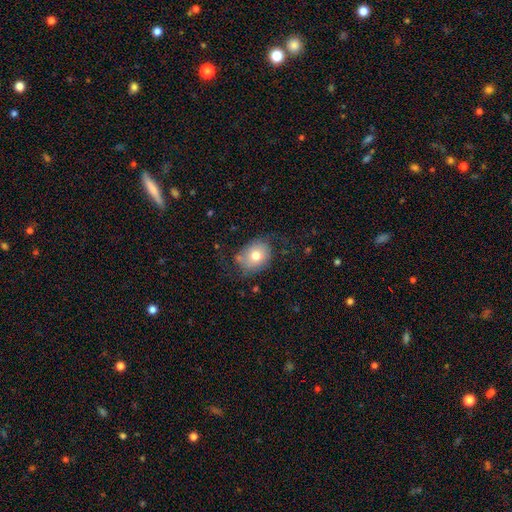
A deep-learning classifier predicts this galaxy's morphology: Q: Smooth or featured?
A: smooth (70%); runner-up: featured or disk (20%)
Q: How rounded?
A: round (52%); runner-up: in between (48%)
Q: Merging?
A: none (62%); runner-up: minor disturbance (24%)